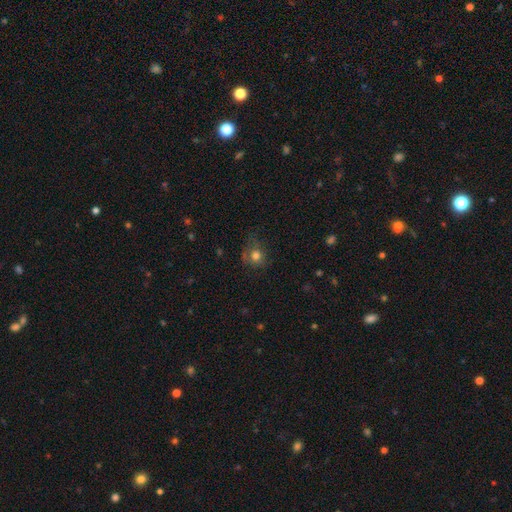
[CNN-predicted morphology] A smooth galaxy with no disk features (75%) that is round (78%).

Vote fractions:
- Smooth or featured? smooth: 75% / featured or disk: 13% / star or artifact: 12%
- How rounded? round: 78% / in between: 21% / cigar-shaped: 1%
- Merging? none: 52% / minor disturbance: 27% / major disturbance: 19% / merger: 2%